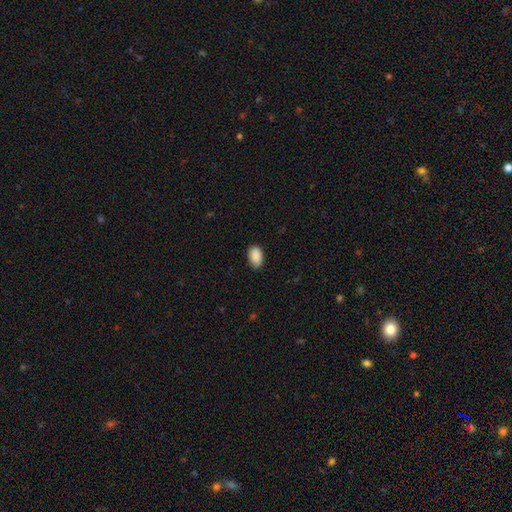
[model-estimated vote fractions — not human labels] Overall: smooth (90%). How rounded: in between (91%). Merging: none (81%).